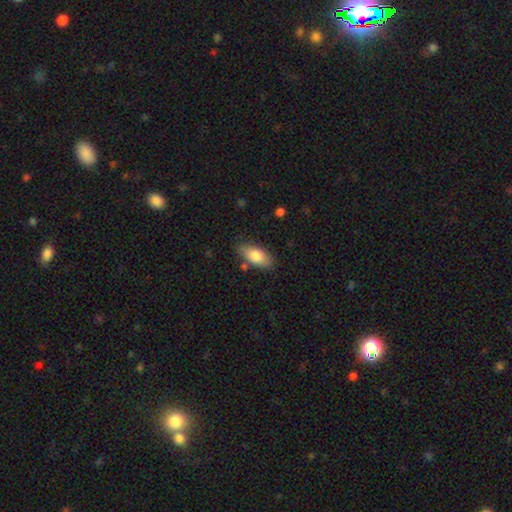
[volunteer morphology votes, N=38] smooth_or_featured: smooth (p=0.87) [alt: featured or disk p=0.11]
how_rounded: in between (p=0.94) [alt: cigar-shaped p=0.06]
merging: none (p=0.73) [alt: minor disturbance p=0.16]